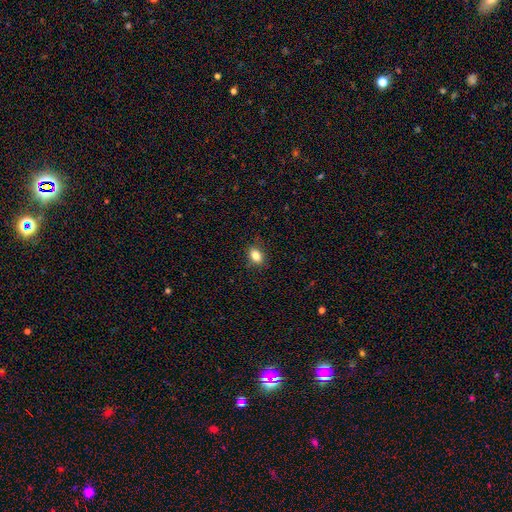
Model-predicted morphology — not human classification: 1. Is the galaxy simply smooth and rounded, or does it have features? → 84% smooth, 9% star or artifact, 6% featured or disk.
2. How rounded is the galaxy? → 78% in between, 20% round, 2% cigar-shaped.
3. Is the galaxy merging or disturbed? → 86% none, 11% minor disturbance, 2% major disturbance, 1% merger.